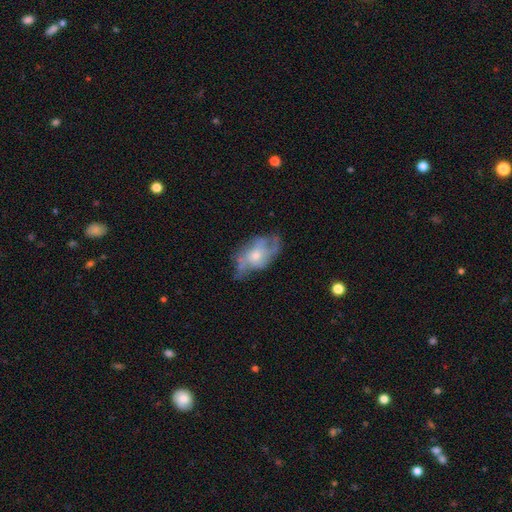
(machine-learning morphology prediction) Smooth or featured?
  - featured or disk: 67% *
  - smooth: 26%
  - star or artifact: 7%
Edge-on disk?
  - no: 94% *
  - yes: 6%
Bar?
  - no: 78% *
  - weak: 19%
  - strong: 3%
Spiral arms?
  - yes: 66% *
  - no: 34%
Bulge size?
  - moderate: 50% *
  - small: 42%
  - large: 4%
  - none: 3%
  - dominant: 1%
Merging?
  - none: 47% *
  - minor disturbance: 28%
  - major disturbance: 22%
  - merger: 3%